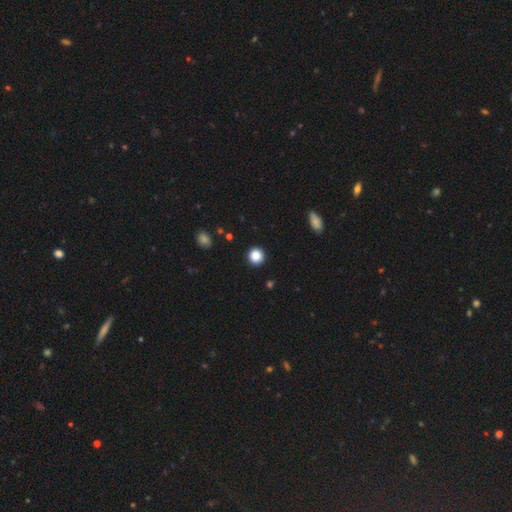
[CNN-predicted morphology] A smooth galaxy with no disk features (87%) that is round (94%). Merging: none (92%).